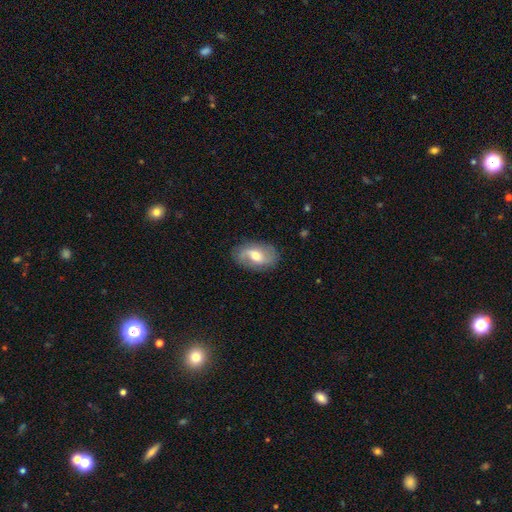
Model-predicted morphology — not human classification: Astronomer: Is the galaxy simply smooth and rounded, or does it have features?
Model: featured or disk — 65%.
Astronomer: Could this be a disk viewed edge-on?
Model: no — 95%.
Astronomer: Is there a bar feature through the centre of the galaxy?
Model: weak — 47% (runner-up: no, 38%).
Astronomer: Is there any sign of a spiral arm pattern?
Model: yes — 85%.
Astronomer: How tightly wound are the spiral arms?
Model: loose — 51% (runner-up: medium, 34%).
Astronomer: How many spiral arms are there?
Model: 2 — 84%.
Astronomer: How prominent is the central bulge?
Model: moderate — 69%.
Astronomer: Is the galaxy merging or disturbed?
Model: none — 82%.